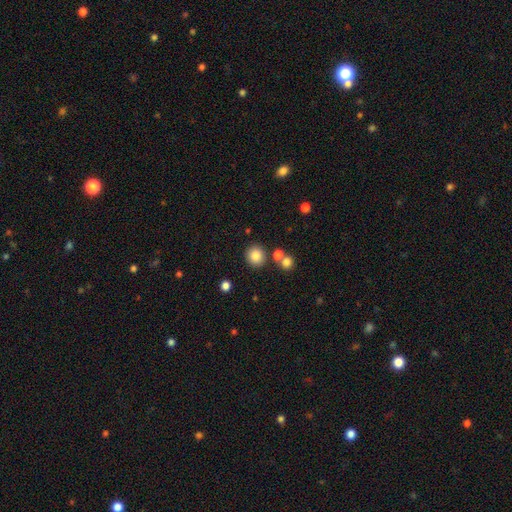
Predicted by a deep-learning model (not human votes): This is clearly a smooth galaxy (84%). How rounded: clearly round (84%). Merging: likely none (79%).